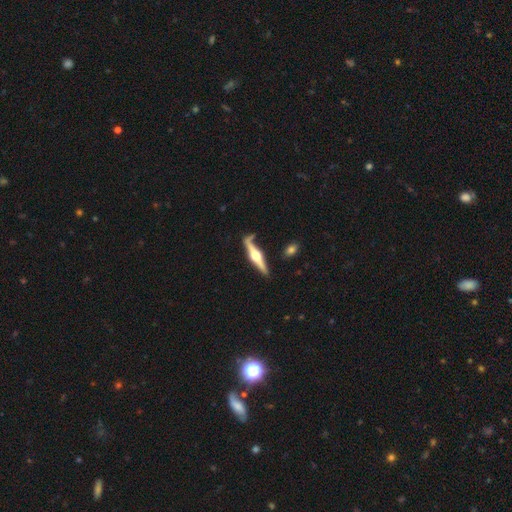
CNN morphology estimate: smooth-or-featured: featured or disk: 79% | smooth: 16% | star or artifact: 5%
  disk-edge-on: yes: 97% | no: 3%
    edge-on-bulge: rounded: 94% | boxy: 4% | none: 2%
  merging: none: 74% | minor disturbance: 16% | merger: 6% | major disturbance: 5%